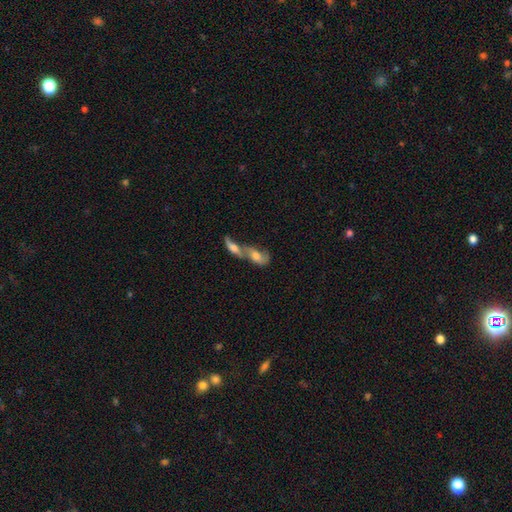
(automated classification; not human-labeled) Overall: smooth (44%; featured or disk 41%). Merging: merger (65%).